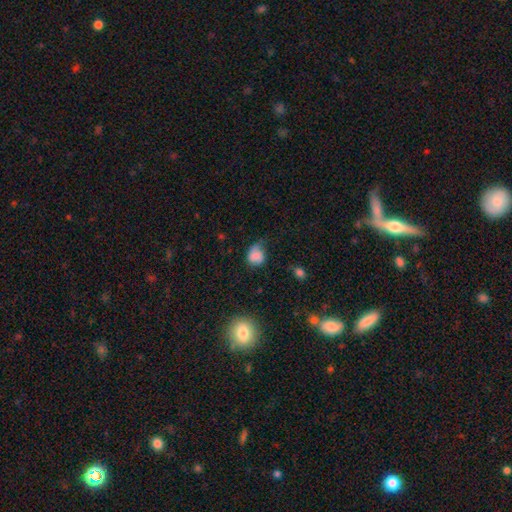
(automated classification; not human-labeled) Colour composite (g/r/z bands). It shows a smooth galaxy with no disk features (77%) that is round (62%). Merging: minor disturbance (40%).